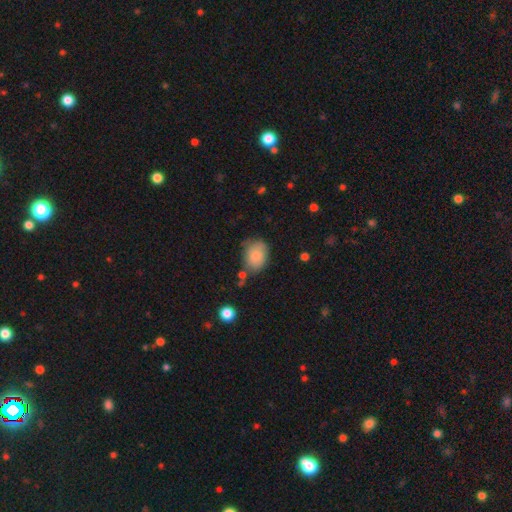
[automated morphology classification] A smooth galaxy with no disk features (83%) that is in between round and cigar-shaped (69%). Merging: none (64%).